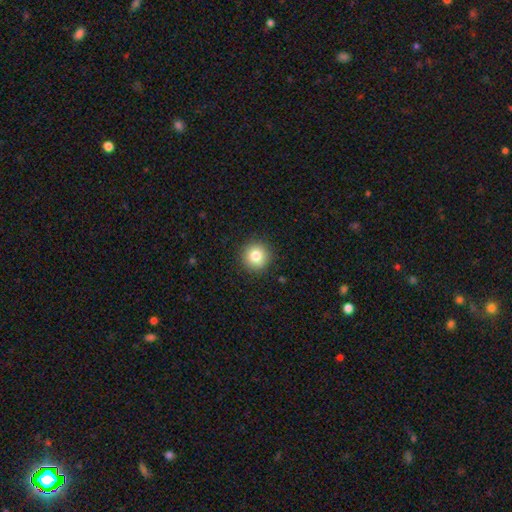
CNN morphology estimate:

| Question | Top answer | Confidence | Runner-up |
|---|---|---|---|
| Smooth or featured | smooth | 82% | star or artifact (10%) |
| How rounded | round | 95% | in between (4%) |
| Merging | none | 91% | minor disturbance (6%) |